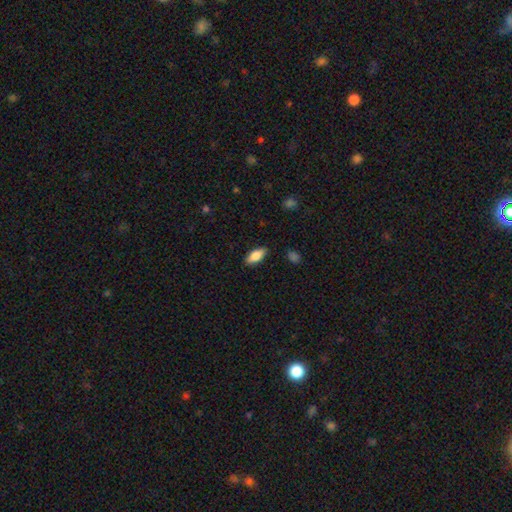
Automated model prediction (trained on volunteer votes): This appears to be a smooth galaxy with no disk features (82%) that is in between round and cigar-shaped (82%). Merging: none (86%).